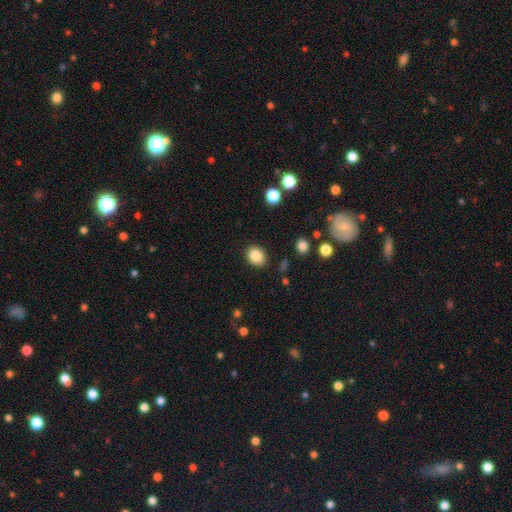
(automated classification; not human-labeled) Smooth or featured: smooth — 86% (star or artifact — 9%)
How rounded: round — 51% (in between — 48%)
Merging: none — 88% (minor disturbance — 8%)